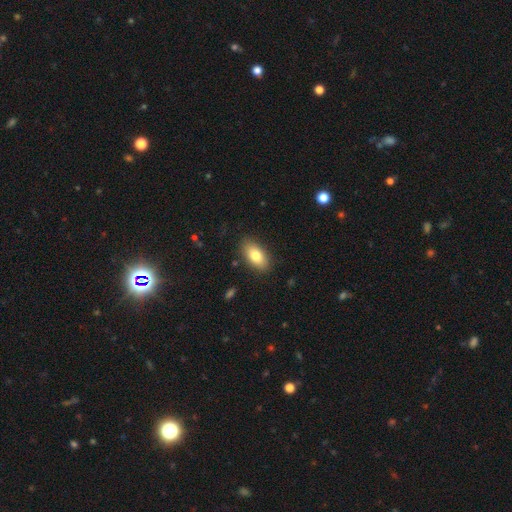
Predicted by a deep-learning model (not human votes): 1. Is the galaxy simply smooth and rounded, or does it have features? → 79% smooth, 14% featured or disk, 7% star or artifact.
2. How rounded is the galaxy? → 91% in between, 5% cigar-shaped, 4% round.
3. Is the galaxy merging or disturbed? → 86% none, 10% minor disturbance, 3% major disturbance, 1% merger.